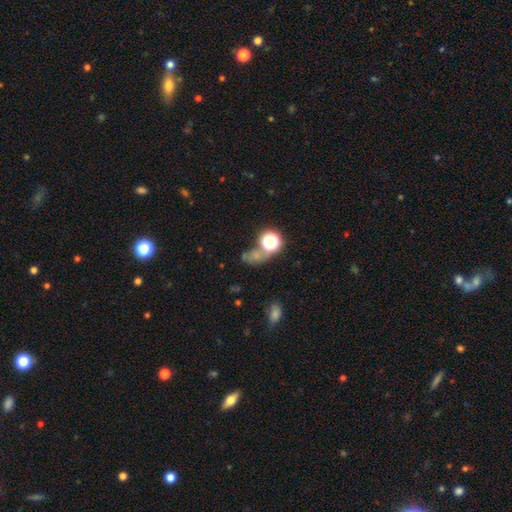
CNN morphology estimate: Overall: smooth (50%; star or artifact 39%). Merging: none (47%; merger 23%).